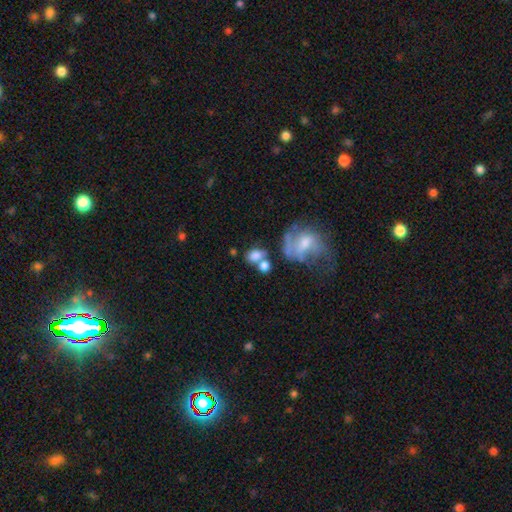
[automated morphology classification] Smooth or featured: smooth — 72% (featured or disk — 18%)
How rounded: in between — 67% (round — 31%)
Merging: none — 38% (merger — 35%)